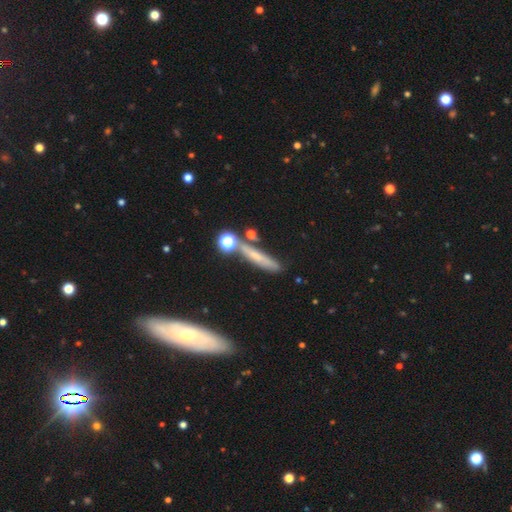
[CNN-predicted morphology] A smooth galaxy with no disk features (52%) that is cigar-shaped (79%). Merging: none (68%).